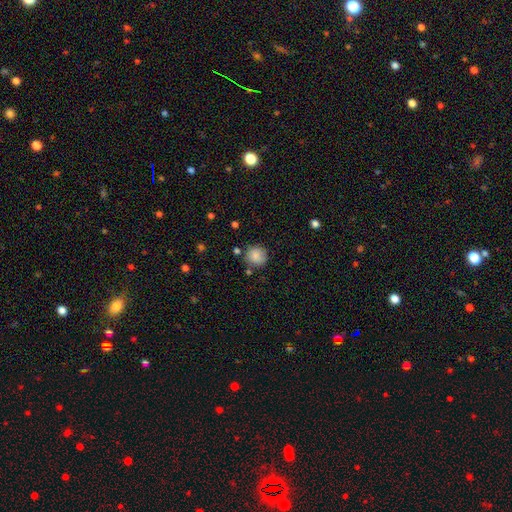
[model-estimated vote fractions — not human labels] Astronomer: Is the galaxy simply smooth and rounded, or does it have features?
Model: smooth — 86%.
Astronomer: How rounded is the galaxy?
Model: round — 92%.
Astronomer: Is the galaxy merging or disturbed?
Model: none — 81%.